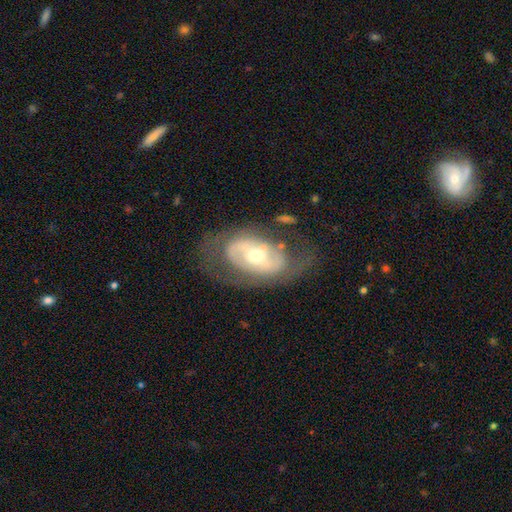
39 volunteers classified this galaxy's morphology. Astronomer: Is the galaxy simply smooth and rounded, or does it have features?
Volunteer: featured or disk — 74%.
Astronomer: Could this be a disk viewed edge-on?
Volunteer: no — 97%.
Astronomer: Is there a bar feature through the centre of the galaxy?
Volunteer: no — 54%.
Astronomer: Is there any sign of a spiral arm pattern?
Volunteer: no — 57% (runner-up: yes, 43%).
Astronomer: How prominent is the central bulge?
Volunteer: small — 57% (runner-up: moderate, 43%).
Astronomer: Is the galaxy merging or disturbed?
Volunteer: none — 63%.